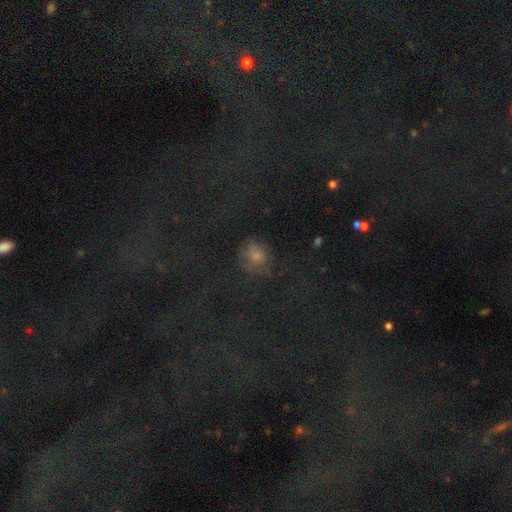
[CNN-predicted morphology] Smooth or featured: smooth — 52% (star or artifact — 31%)
How rounded: round — 71% (in between — 27%)
Merging: none — 58% (minor disturbance — 21%)